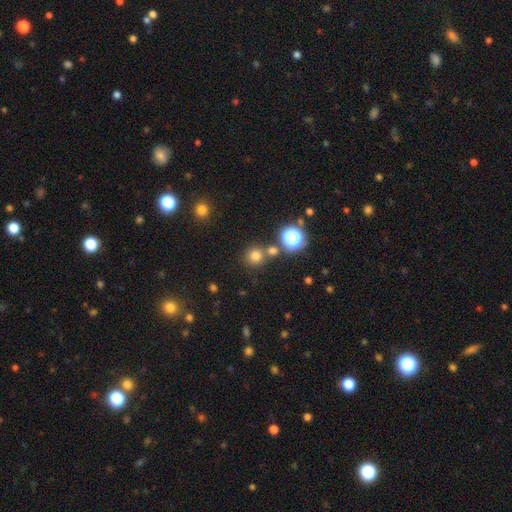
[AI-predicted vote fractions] Overall: smooth (73%). How rounded: round (92%). Merging: none (74%).